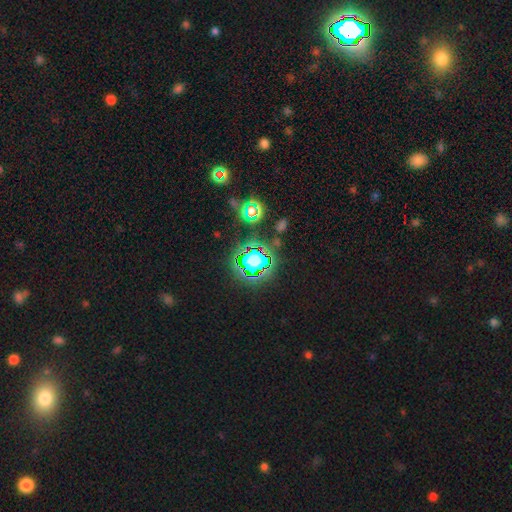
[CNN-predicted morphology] Smooth or featured: star or artifact — 77% (smooth — 15%)